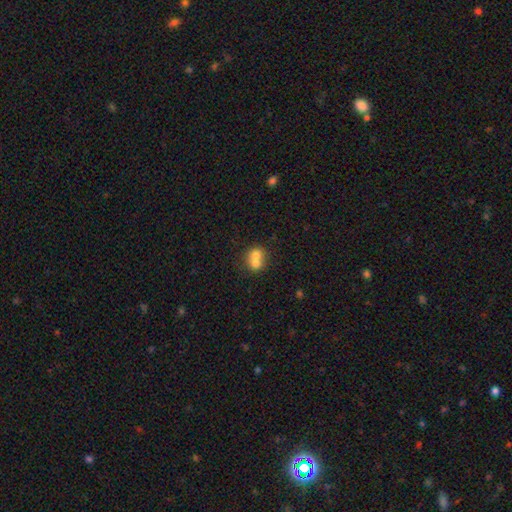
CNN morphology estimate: smooth-or-featured: smooth: 70% | featured or disk: 20% | star or artifact: 10%
  how-rounded: round: 72% | in between: 27% | cigar-shaped: 1%
  merging: merger: 68% | none: 25% | minor disturbance: 5% | major disturbance: 2%